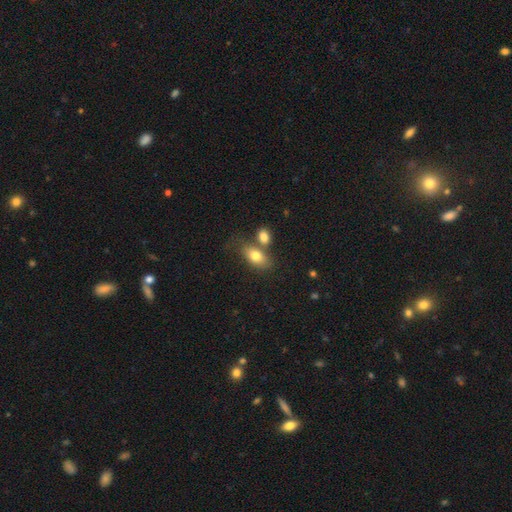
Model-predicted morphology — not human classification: A smooth galaxy with no disk features (77%) that is in between round and cigar-shaped (87%).

Vote fractions:
- Smooth or featured? smooth: 77% / featured or disk: 15% / star or artifact: 8%
- How rounded? in between: 87% / round: 8% / cigar-shaped: 5%
- Merging? none: 49% / merger: 33% / minor disturbance: 13% / major disturbance: 5%